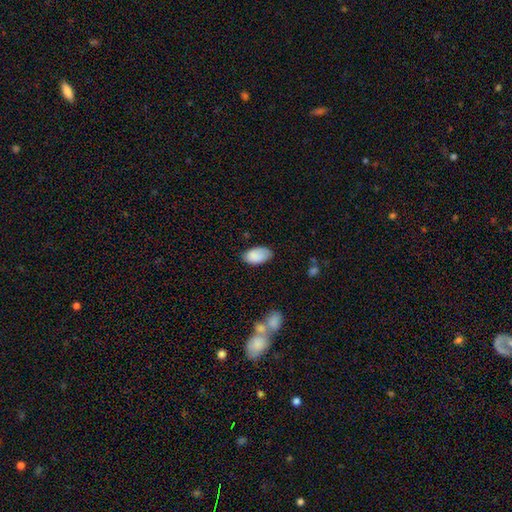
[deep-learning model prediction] The model was most divided on "merging": none: 70%, minor disturbance: 24%, major disturbance: 5%, merger: 2%. More confident: how rounded — in between (95%); smooth or featured — smooth (86%).